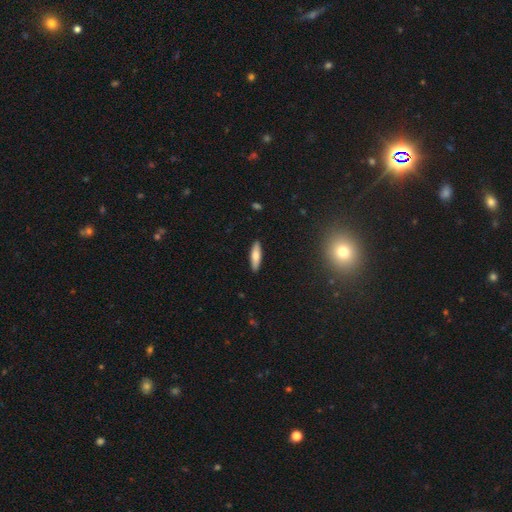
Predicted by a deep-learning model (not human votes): The model was most divided on "how rounded": cigar-shaped: 63%, in between: 35%, round: 2%. More confident: merging — none (90%); smooth or featured — smooth (73%).